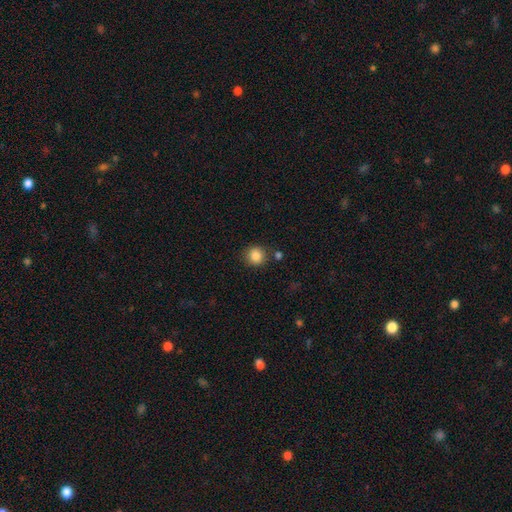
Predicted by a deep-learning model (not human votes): smooth_or_featured: smooth (p=0.86) [alt: star or artifact p=0.10]
how_rounded: round (p=0.89) [alt: in between p=0.10]
merging: none (p=0.84) [alt: minor disturbance p=0.08]